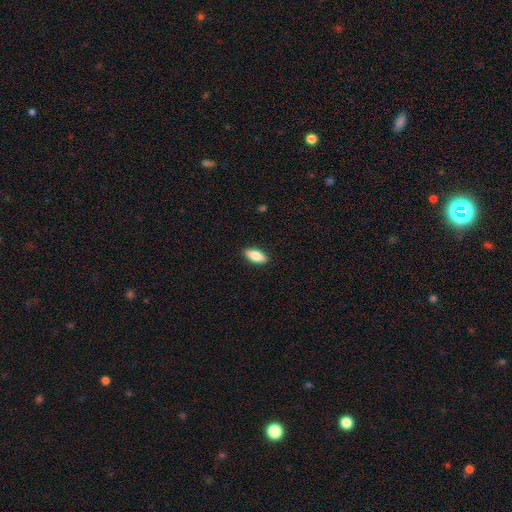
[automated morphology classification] Smooth or featured? smooth (81%)
How rounded? in between (79%)
Merging? none (90%)